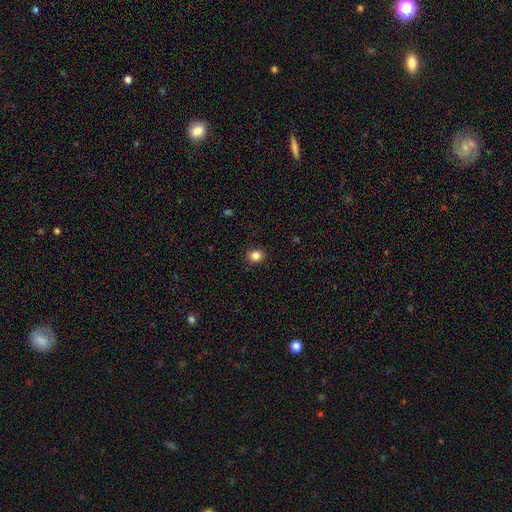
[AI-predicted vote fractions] Smooth or featured? smooth (85%)
How rounded? round (72%)
Merging? none (90%)